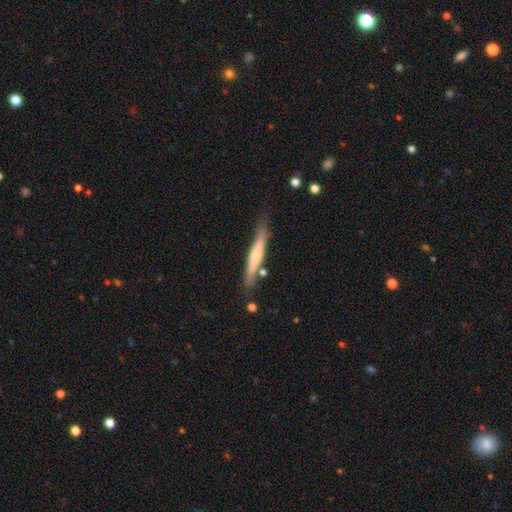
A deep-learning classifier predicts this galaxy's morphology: smooth_or_featured: smooth (p=0.49) [alt: featured or disk p=0.46]
merging: none (p=0.75) [alt: minor disturbance p=0.16]